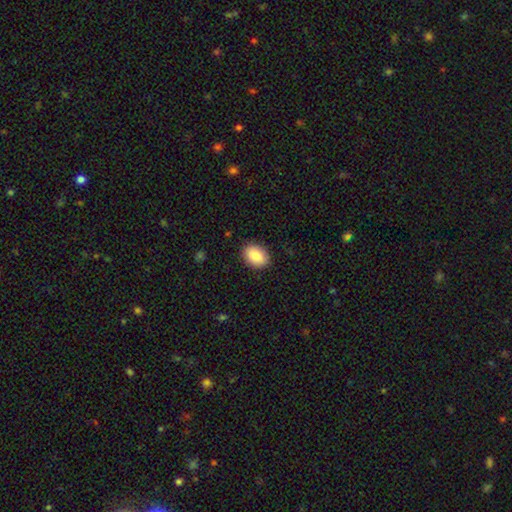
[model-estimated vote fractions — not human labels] This appears to be a smooth galaxy with no disk features (87%) that is in between round and cigar-shaped (77%). Merging: none (89%).